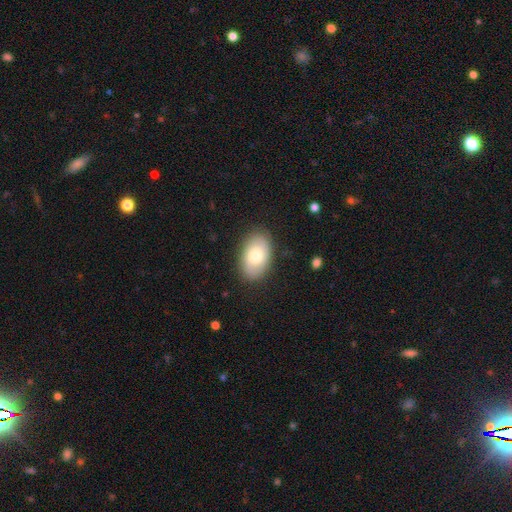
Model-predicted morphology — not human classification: Overall: smooth (70%). How rounded: in between (91%). Merging: none (85%).